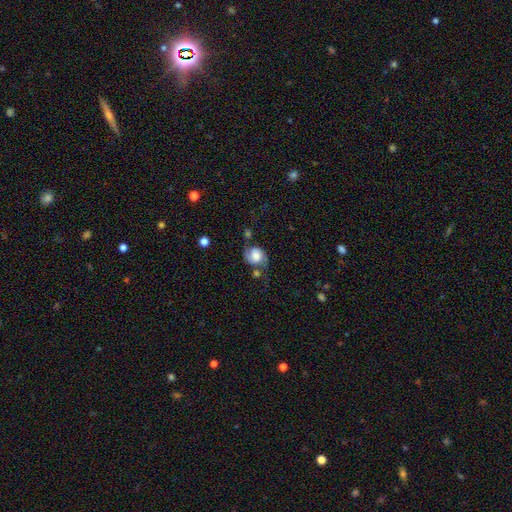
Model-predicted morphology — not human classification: This is likely a featured or disk galaxy (60%). It is clearly not viewed edge-on (97%). Bar: possibly no (53%). Spiral arm pattern: clearly yes (90%). Spiral arm count: clearly 2 (87%). Spiral winding: marginally medium (45%). Central bulge: marginally large (37%). Merging: possibly none (49%).